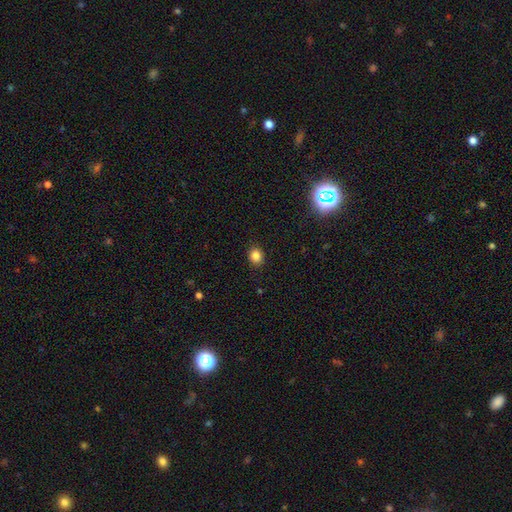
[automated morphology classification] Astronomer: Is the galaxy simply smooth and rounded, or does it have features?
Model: smooth — 84%.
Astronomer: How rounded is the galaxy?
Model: round — 69%.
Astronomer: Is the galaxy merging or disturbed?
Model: none — 90%.